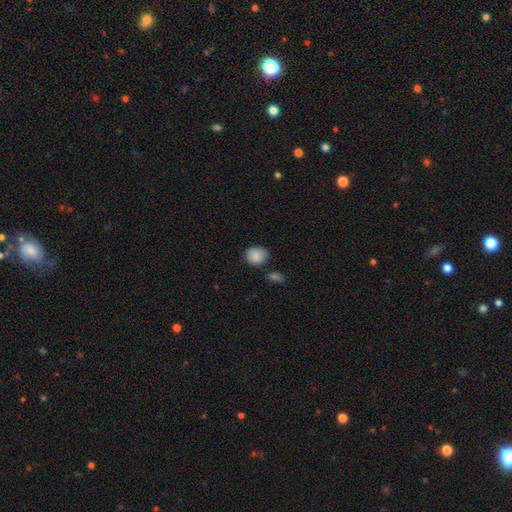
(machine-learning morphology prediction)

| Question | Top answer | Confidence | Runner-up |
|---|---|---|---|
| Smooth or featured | smooth | 88% | star or artifact (8%) |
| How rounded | round | 74% | in between (25%) |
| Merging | none | 74% | minor disturbance (15%) |